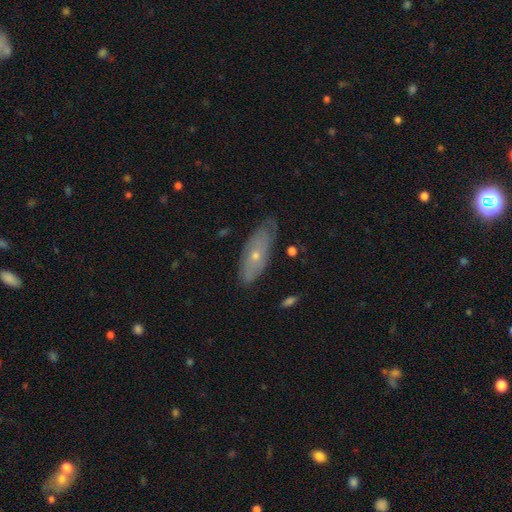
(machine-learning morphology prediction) A featured or disk galaxy (49%). Merging: none (72%).